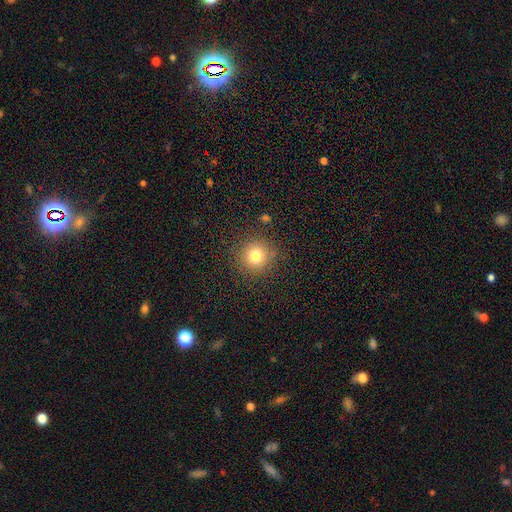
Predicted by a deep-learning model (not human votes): smooth-or-featured: smooth: 78% | star or artifact: 14% | featured or disk: 8%
  how-rounded: round: 93% | in between: 6% | cigar-shaped: 1%
  merging: none: 87% | minor disturbance: 8% | major disturbance: 3% | merger: 2%